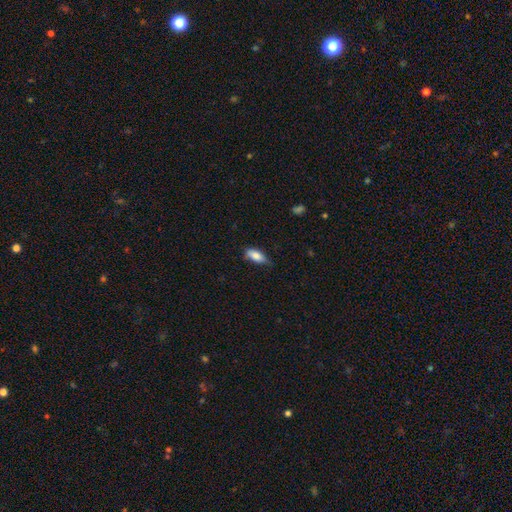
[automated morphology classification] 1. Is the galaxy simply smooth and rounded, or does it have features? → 82% smooth, 11% featured or disk, 7% star or artifact.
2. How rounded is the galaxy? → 83% in between, 14% cigar-shaped, 3% round.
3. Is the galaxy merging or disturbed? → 59% none, 33% minor disturbance, 6% major disturbance, 2% merger.